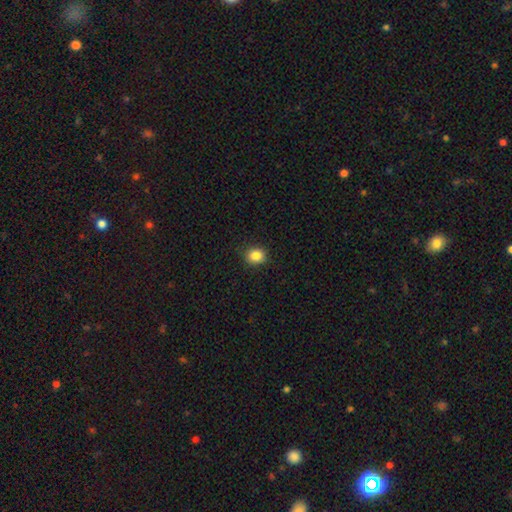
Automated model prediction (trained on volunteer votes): Morphology: type=smooth (85%); roundness=round (72%); merging=none (89%).